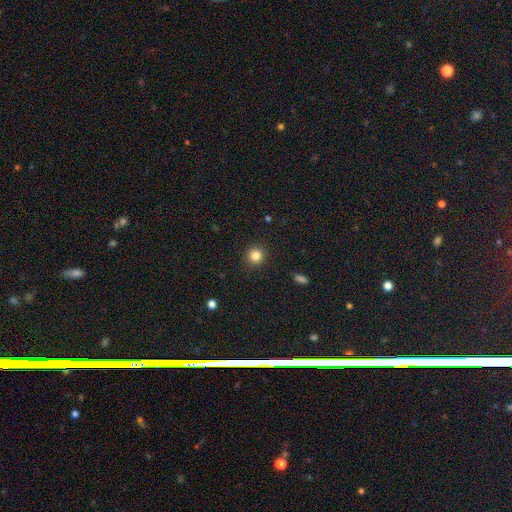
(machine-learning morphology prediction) This is clearly a smooth galaxy (84%). How rounded: clearly round (94%). Merging: clearly none (91%).